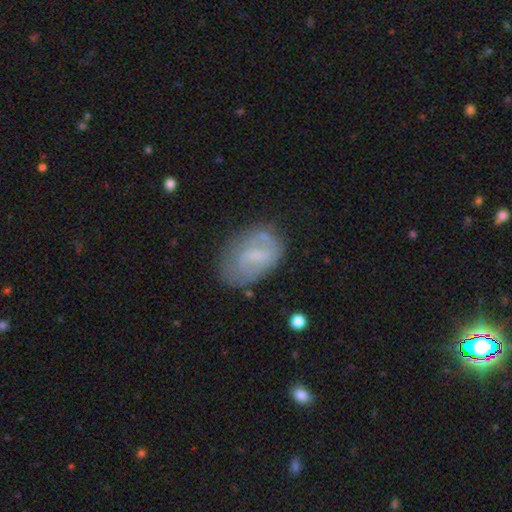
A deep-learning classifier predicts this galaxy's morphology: A featured or disk galaxy (48%). Merging: none (59%).